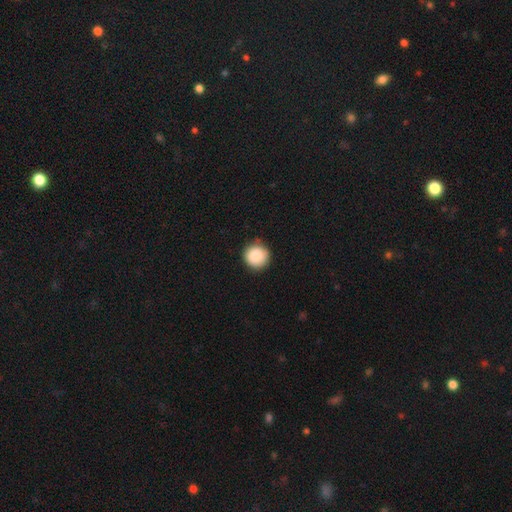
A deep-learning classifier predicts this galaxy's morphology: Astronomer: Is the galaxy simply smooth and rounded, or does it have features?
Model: smooth — 87%.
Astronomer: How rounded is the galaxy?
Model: round — 95%.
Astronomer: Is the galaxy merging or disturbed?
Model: none — 87%.